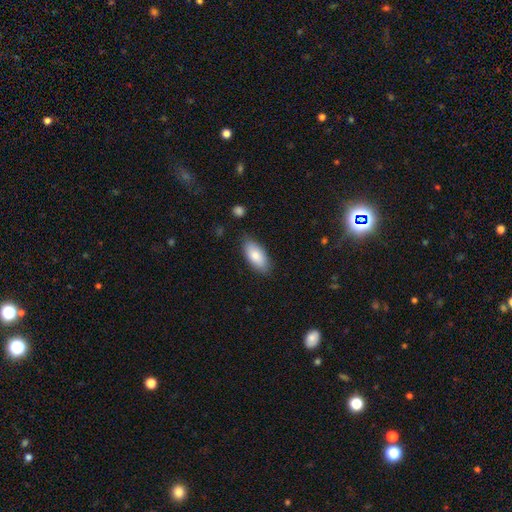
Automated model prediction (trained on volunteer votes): smooth 81%, featured or disk 12%, star or artifact 6%. Down the decision tree: how rounded — in between (89%); merging — none (82%).